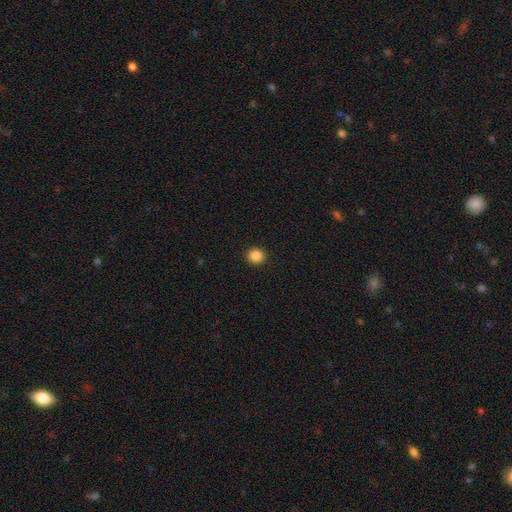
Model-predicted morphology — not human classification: Smooth or featured?
  - smooth: 87% *
  - star or artifact: 10%
  - featured or disk: 3%
How rounded?
  - round: 85% *
  - in between: 14%
  - cigar-shaped: 1%
Merging?
  - none: 92% *
  - minor disturbance: 5%
  - major disturbance: 2%
  - merger: 1%